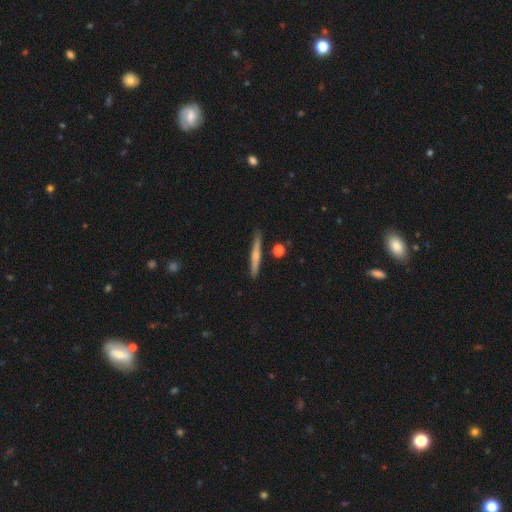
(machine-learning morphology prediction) Smooth or featured?
  - smooth: 51% *
  - featured or disk: 42%
  - star or artifact: 7%
How rounded?
  - cigar-shaped: 94% *
  - in between: 4%
  - round: 2%
Merging?
  - none: 87% *
  - minor disturbance: 9%
  - merger: 3%
  - major disturbance: 2%